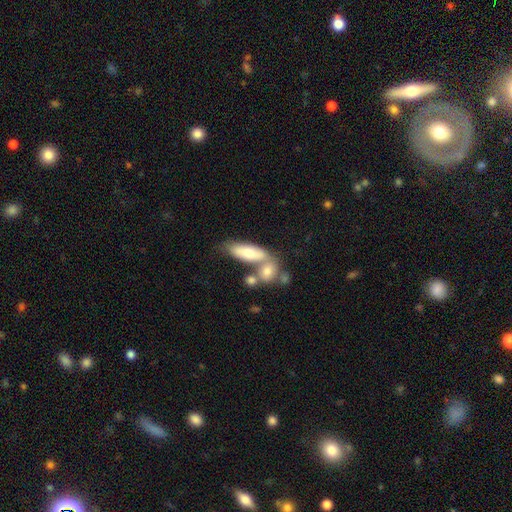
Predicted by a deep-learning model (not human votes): Morphology: type=smooth (51%); roundness=in between (60%); merging=merger (53%).